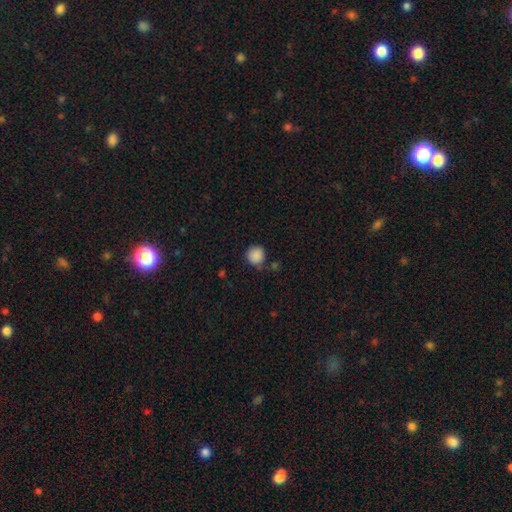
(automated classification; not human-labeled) This appears to be a smooth galaxy with no disk features (88%) that is round (91%). Merging: none (72%).